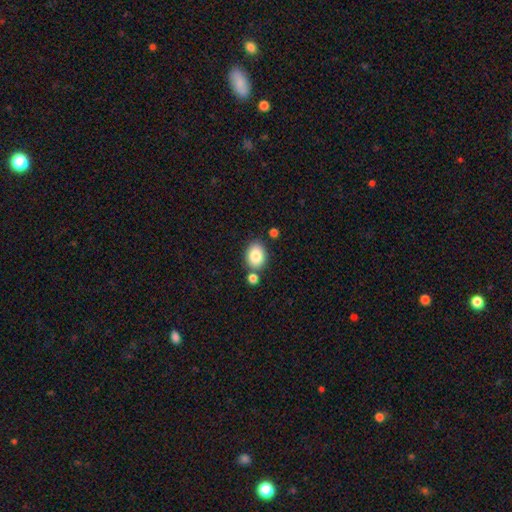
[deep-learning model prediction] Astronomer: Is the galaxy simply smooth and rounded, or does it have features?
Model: smooth — 84%.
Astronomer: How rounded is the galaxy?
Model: in between — 71%.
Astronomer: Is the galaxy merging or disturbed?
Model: none — 72%.